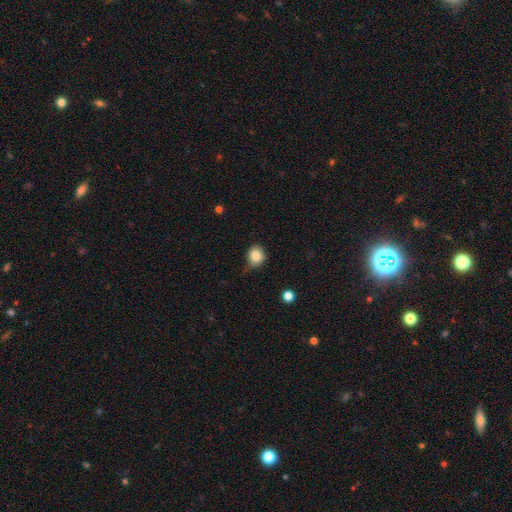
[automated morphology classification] Q: Smooth or featured?
A: smooth (83%); runner-up: star or artifact (10%)
Q: How rounded?
A: round (82%); runner-up: in between (17%)
Q: Merging?
A: none (68%); runner-up: minor disturbance (25%)